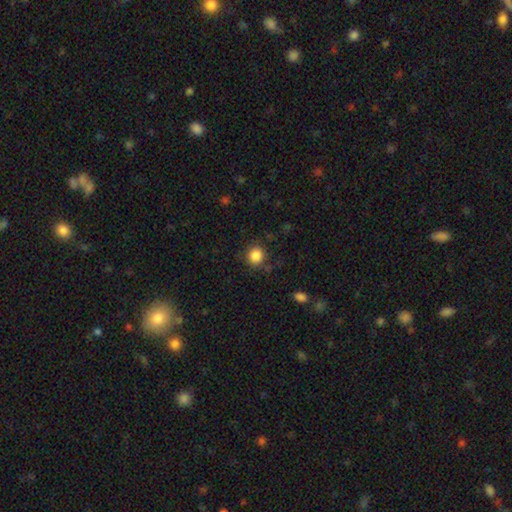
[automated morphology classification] smooth-or-featured: smooth: 86% | star or artifact: 11% | featured or disk: 4%
  how-rounded: round: 89% | in between: 10% | cigar-shaped: 1%
  merging: none: 85% | minor disturbance: 10% | major disturbance: 4% | merger: 2%